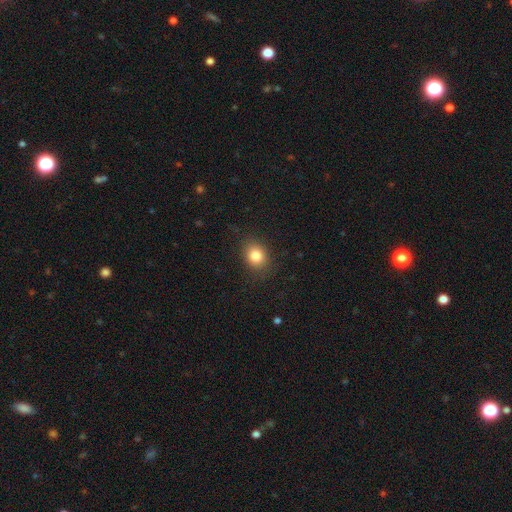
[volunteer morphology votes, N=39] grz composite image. It shows a smooth galaxy with no disk features (82%) that is in between round and cigar-shaped (62%). Merging: none (76%).